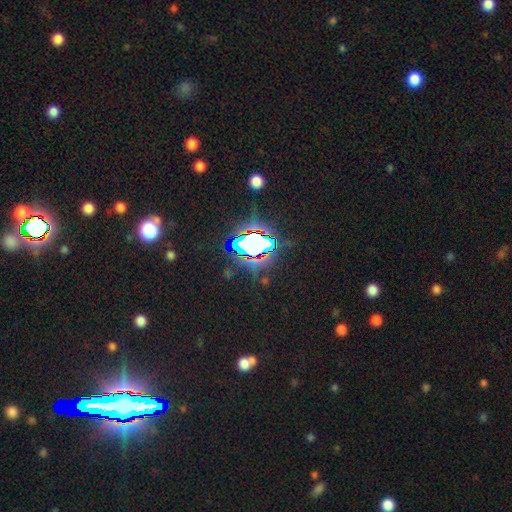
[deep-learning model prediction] Smooth or featured? Predicted: star or artifact (p=0.85).